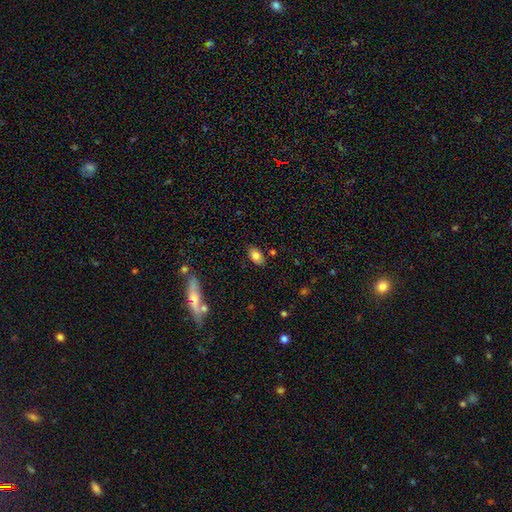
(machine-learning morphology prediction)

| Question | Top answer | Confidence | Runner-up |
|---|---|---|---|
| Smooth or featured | smooth | 83% | featured or disk (9%) |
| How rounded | in between | 91% | round (7%) |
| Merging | none | 81% | minor disturbance (13%) |